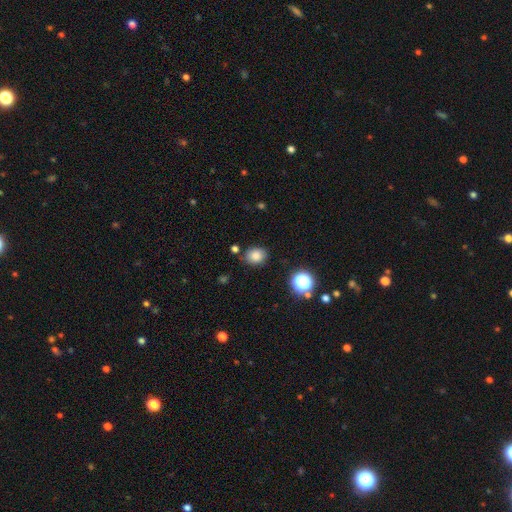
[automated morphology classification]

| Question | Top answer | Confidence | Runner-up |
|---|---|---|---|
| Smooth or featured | smooth | 81% | star or artifact (13%) |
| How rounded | round | 54% | in between (45%) |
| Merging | none | 81% | minor disturbance (13%) |